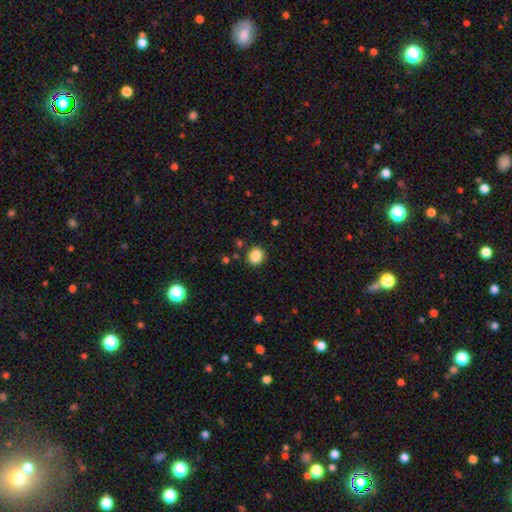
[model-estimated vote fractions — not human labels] Smooth or featured?
  - smooth: 86% *
  - star or artifact: 10%
  - featured or disk: 4%
How rounded?
  - round: 79% *
  - in between: 20%
  - cigar-shaped: 1%
Merging?
  - none: 88% *
  - minor disturbance: 7%
  - major disturbance: 2%
  - merger: 2%